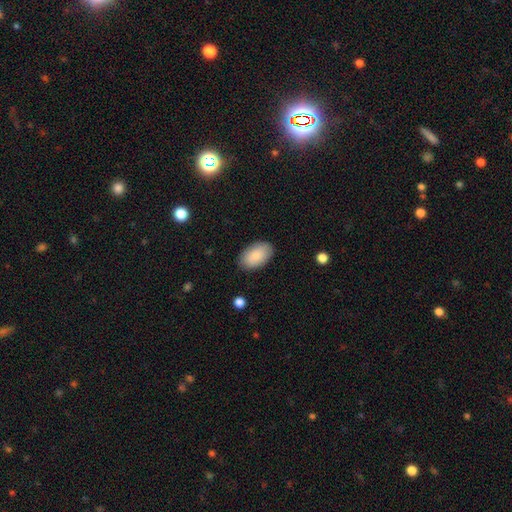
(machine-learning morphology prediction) A smooth galaxy with no disk features (88%) that is in between round and cigar-shaped (95%).

Vote fractions:
- Smooth or featured? smooth: 88% / featured or disk: 6% / star or artifact: 6%
- How rounded? in between: 95% / round: 4% / cigar-shaped: 1%
- Merging? none: 86% / minor disturbance: 10% / major disturbance: 2% / merger: 1%